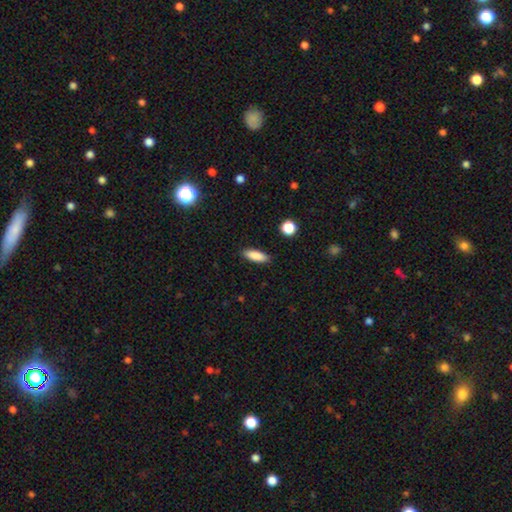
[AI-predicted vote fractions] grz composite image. It shows a smooth galaxy with no disk features (87%) that is in between round and cigar-shaped (65%). Merging: none (88%).